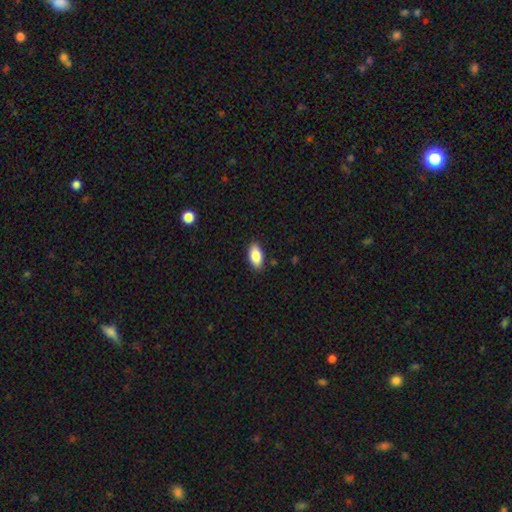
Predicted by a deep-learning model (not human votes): Smooth or featured?
  - smooth: 86% *
  - featured or disk: 7%
  - star or artifact: 7%
How rounded?
  - in between: 92% *
  - cigar-shaped: 5%
  - round: 3%
Merging?
  - none: 88% *
  - minor disturbance: 9%
  - major disturbance: 2%
  - merger: 1%